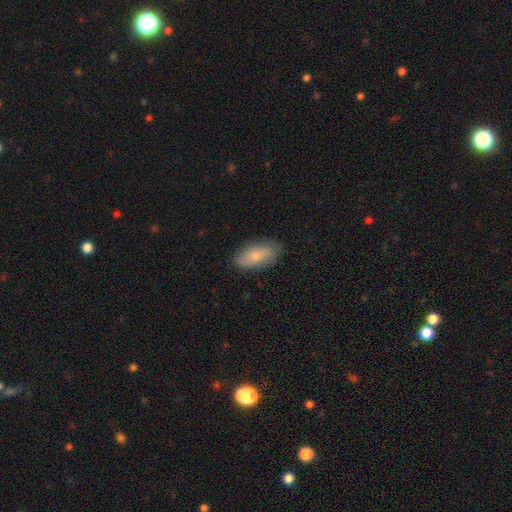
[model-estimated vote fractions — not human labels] The model was most divided on "smooth or featured": smooth: 72%, featured or disk: 22%, star or artifact: 6%. More confident: how rounded — in between (89%); merging — none (80%).